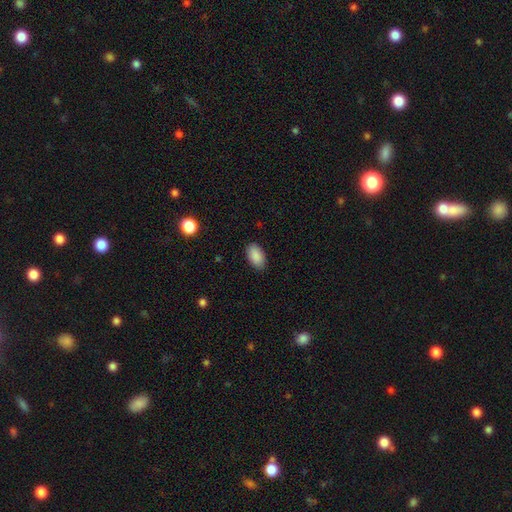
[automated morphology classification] Smooth or featured? Predicted: smooth (p=0.89). How rounded? Predicted: in between (p=0.94). Merging? Predicted: none (p=0.86).